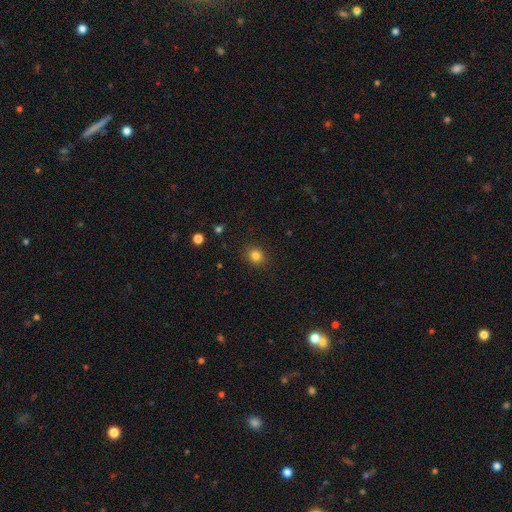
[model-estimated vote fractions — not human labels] A smooth galaxy with no disk features (82%) that is round (76%).

Vote fractions:
- Smooth or featured? smooth: 82% / star or artifact: 12% / featured or disk: 5%
- How rounded? round: 76% / in between: 23% / cigar-shaped: 1%
- Merging? none: 89% / minor disturbance: 7% / major disturbance: 2% / merger: 1%